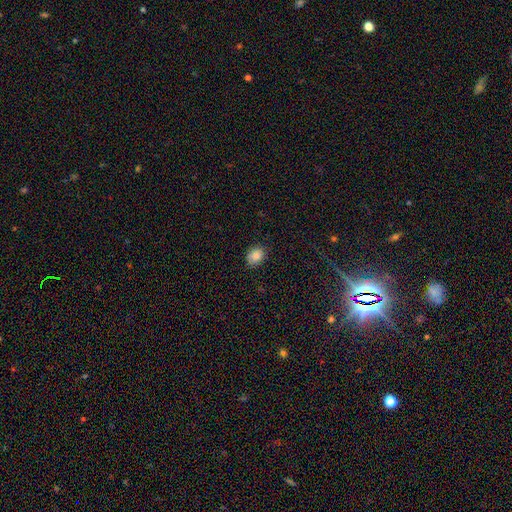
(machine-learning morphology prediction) Q: Smooth or featured?
A: smooth (86%); runner-up: star or artifact (9%)
Q: How rounded?
A: in between (53%); runner-up: round (46%)
Q: Merging?
A: none (81%); runner-up: minor disturbance (15%)